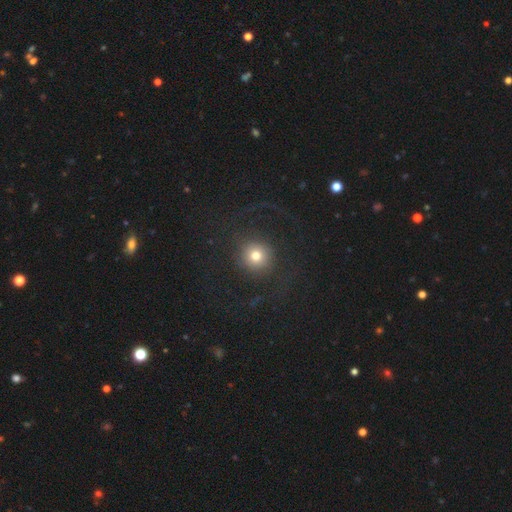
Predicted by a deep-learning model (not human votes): A smooth galaxy with no disk features (71%) that is round (91%). Merging: none (73%).